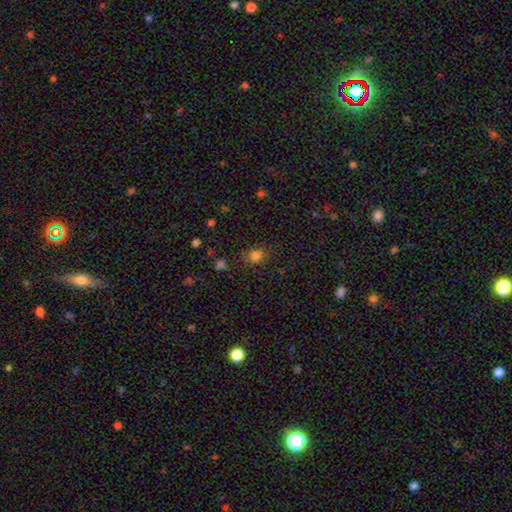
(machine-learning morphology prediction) Smooth or featured?
  - smooth: 79% *
  - star or artifact: 17%
  - featured or disk: 4%
How rounded?
  - round: 72% *
  - in between: 27%
  - cigar-shaped: 1%
Merging?
  - none: 78% *
  - minor disturbance: 14%
  - major disturbance: 5%
  - merger: 3%